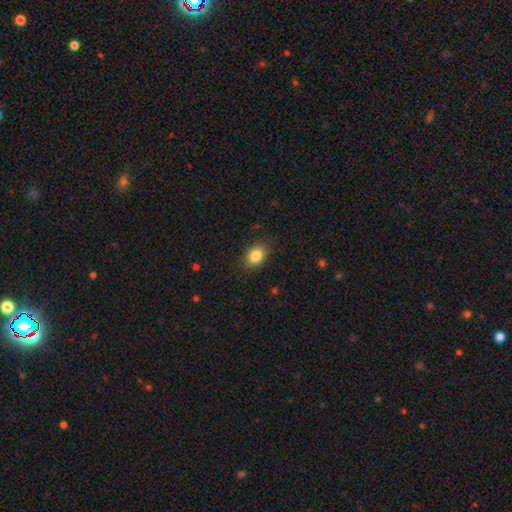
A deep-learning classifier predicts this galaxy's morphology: Overall: smooth (85%). How rounded: in between (70%). Merging: none (87%).